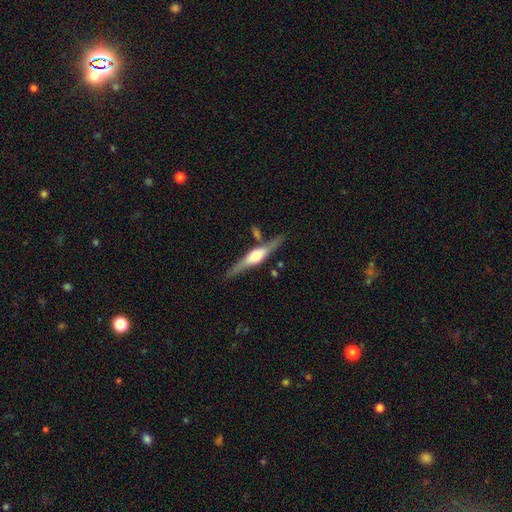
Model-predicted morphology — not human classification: A featured or disk galaxy (77%) viewed edge-on (97%) with a rounded central bulge (83%).

Vote fractions:
- Smooth or featured? featured or disk: 77% / smooth: 18% / star or artifact: 5%
- Edge-on disk? yes: 97% / no: 3%
- Edge-on bulge? rounded: 83% / boxy: 14% / none: 3%
- Merging? none: 78% / minor disturbance: 12% / merger: 7% / major disturbance: 3%